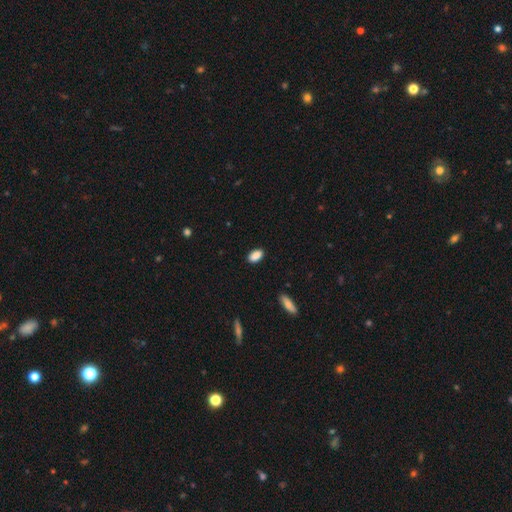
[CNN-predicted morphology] This appears to be a smooth galaxy with no disk features (89%) that is in between round and cigar-shaped (91%). Merging: none (87%).